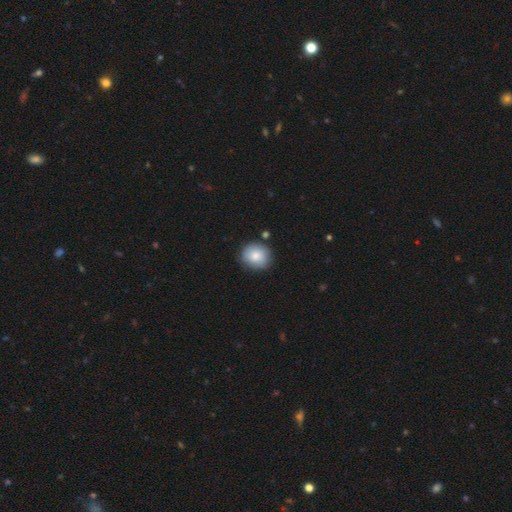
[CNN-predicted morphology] A smooth galaxy with no disk features (82%) that is round (81%). Merging: none (81%).